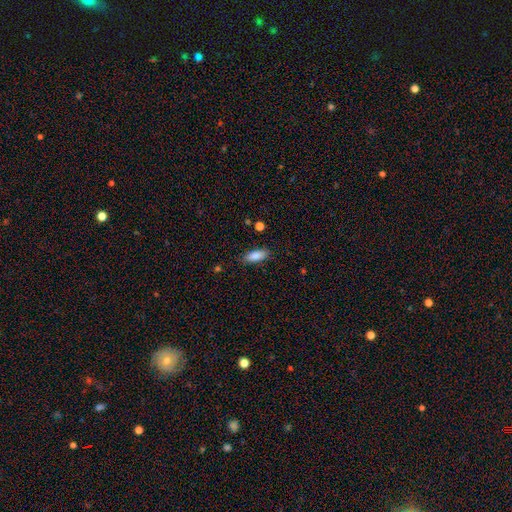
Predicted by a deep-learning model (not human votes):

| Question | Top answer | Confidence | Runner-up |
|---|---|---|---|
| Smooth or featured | smooth | 85% | featured or disk (8%) |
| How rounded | in between | 77% | cigar-shaped (21%) |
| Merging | none | 85% | minor disturbance (11%) |